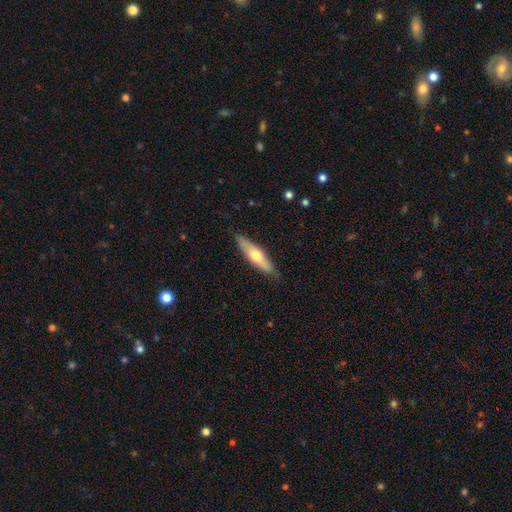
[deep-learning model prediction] This appears to be a smooth galaxy with no disk features (52%) that is cigar-shaped (66%). Merging: none (84%).